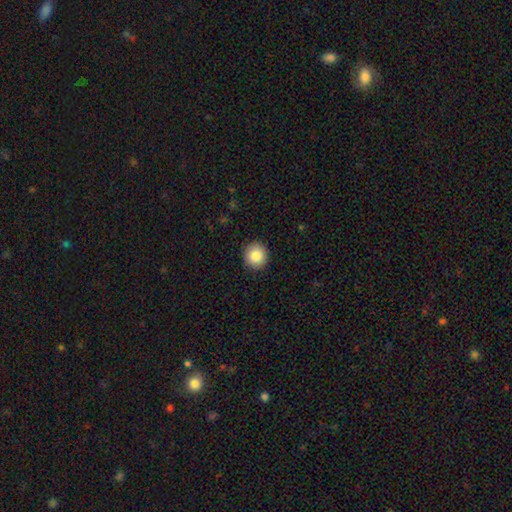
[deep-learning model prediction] A smooth galaxy with no disk features (85%) that is round (92%). Merging: none (91%).